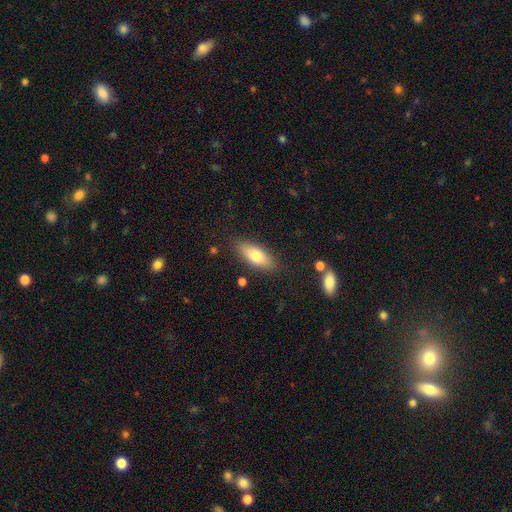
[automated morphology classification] Smooth or featured? Predicted: smooth (p=0.73). How rounded? Predicted: in between (p=0.77). Merging? Predicted: none (p=0.85).